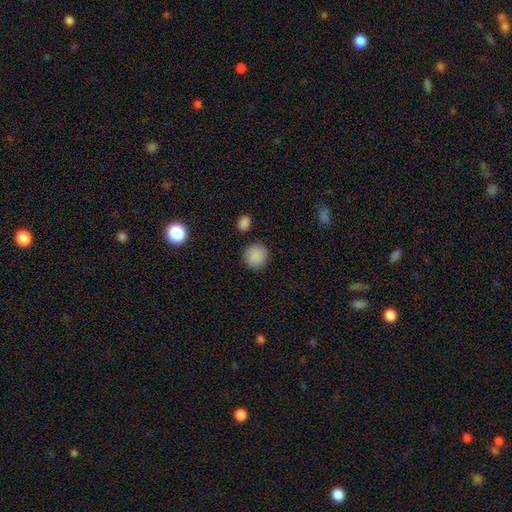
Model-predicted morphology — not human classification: Smooth or featured? Predicted: smooth (p=0.88). How rounded? Predicted: round (p=0.90). Merging? Predicted: none (p=0.88).